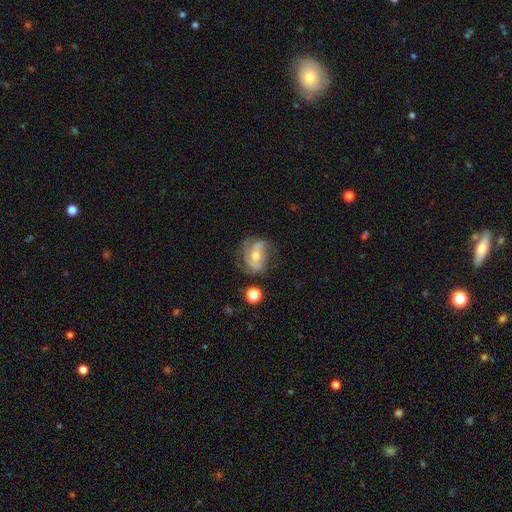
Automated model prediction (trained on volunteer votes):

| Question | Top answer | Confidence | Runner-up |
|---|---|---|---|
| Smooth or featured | featured or disk | 70% | smooth (22%) |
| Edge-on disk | no | 96% | yes (4%) |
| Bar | no | 49% | weak (34%) |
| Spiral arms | yes | 83% | no (17%) |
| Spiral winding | medium | 41% | tight (33%) |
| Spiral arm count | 2 | 47% | can't tell (23%) |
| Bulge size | moderate | 66% | small (28%) |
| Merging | none | 53% | minor disturbance (26%) |